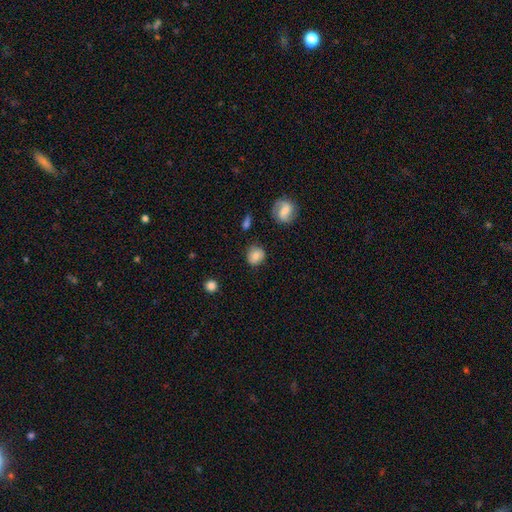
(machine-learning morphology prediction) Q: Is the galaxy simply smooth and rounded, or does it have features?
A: smooth — 74%.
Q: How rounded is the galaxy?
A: round — 77%.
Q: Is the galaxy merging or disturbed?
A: none — 80%.